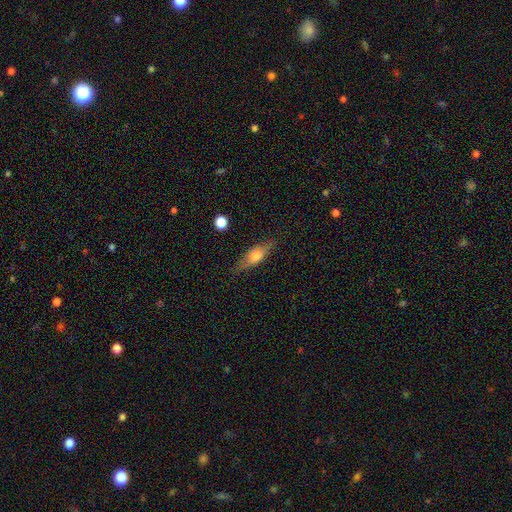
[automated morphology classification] smooth_or_featured: smooth (p=0.47) [alt: featured or disk p=0.46]
merging: none (p=0.83) [alt: minor disturbance p=0.13]